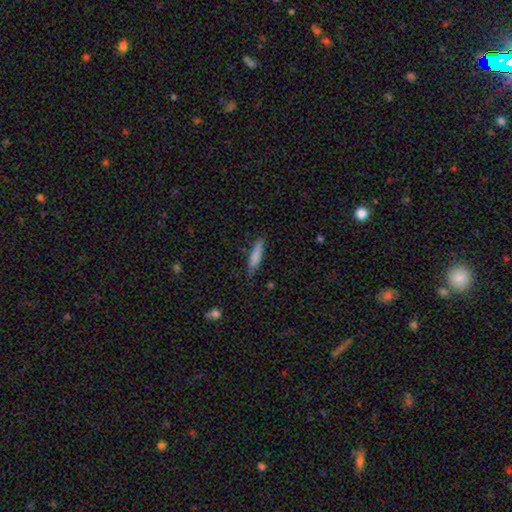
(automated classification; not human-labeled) Morphology: type=smooth (81%); roundness=cigar-shaped (78%); merging=none (76%).